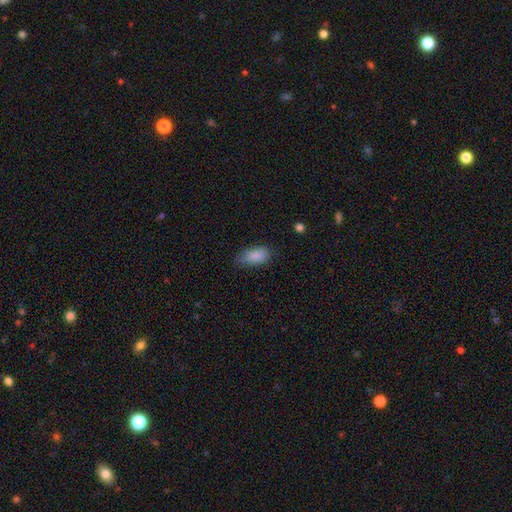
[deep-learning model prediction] A smooth galaxy with no disk features (87%) that is in between round and cigar-shaped (90%).

Vote fractions:
- Smooth or featured? smooth: 87% / star or artifact: 7% / featured or disk: 6%
- How rounded? in between: 90% / cigar-shaped: 6% / round: 4%
- Merging? none: 70% / minor disturbance: 24% / major disturbance: 5% / merger: 1%